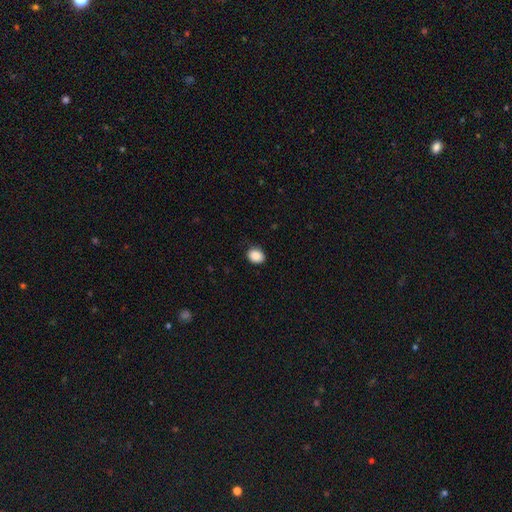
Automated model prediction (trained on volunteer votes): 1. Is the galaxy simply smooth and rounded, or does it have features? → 89% smooth, 8% star or artifact, 3% featured or disk.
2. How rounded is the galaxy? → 50% in between, 49% round, 1% cigar-shaped.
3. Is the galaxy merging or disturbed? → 85% none, 12% minor disturbance, 2% major disturbance, 1% merger.